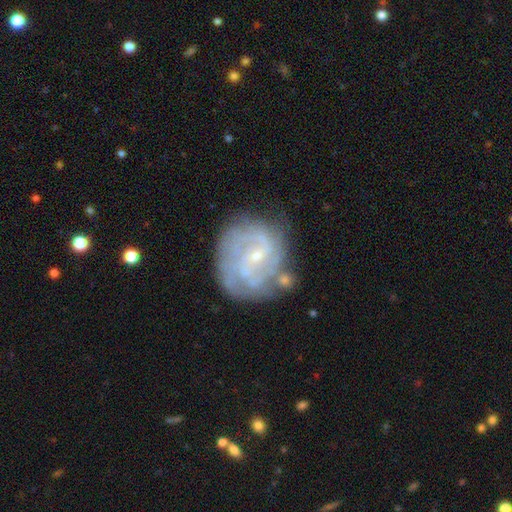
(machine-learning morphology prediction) Overall: featured or disk (80%). Edge-on disk: no (98%). Bar: no (49%; weak 41%). Spiral arms: yes (88%). Spiral arm count: can't tell (39%; 2 22%). Spiral winding: tight (56%; medium 33%). Bulge size: small (82%). Merging: none (62%).